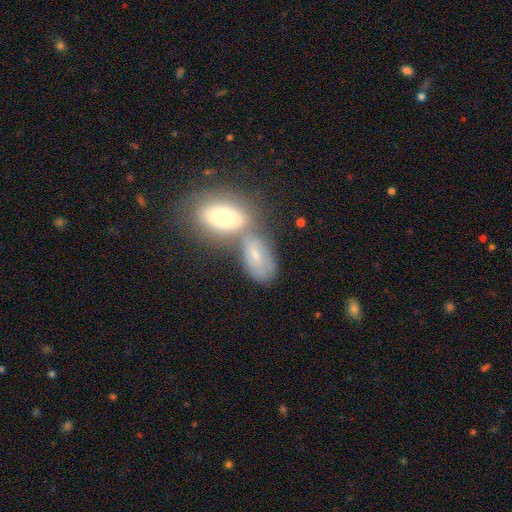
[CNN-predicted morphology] Smooth or featured?
  - smooth: 63% *
  - featured or disk: 27%
  - star or artifact: 10%
How rounded?
  - in between: 87% *
  - round: 9%
  - cigar-shaped: 4%
Merging?
  - merger: 48% *
  - none: 32%
  - minor disturbance: 13%
  - major disturbance: 6%